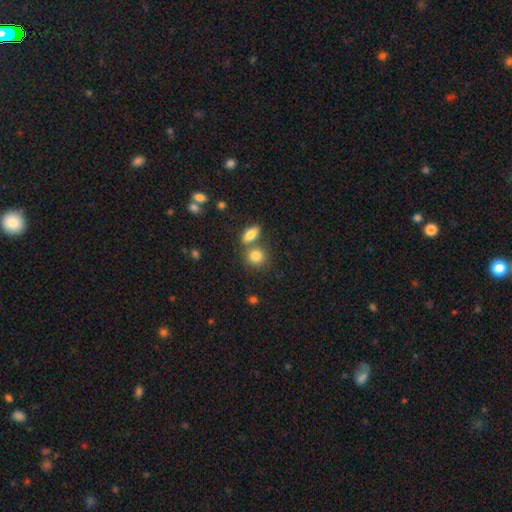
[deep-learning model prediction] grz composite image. It shows a smooth galaxy with no disk features (83%) that is round (65%). Merging: none (54%).